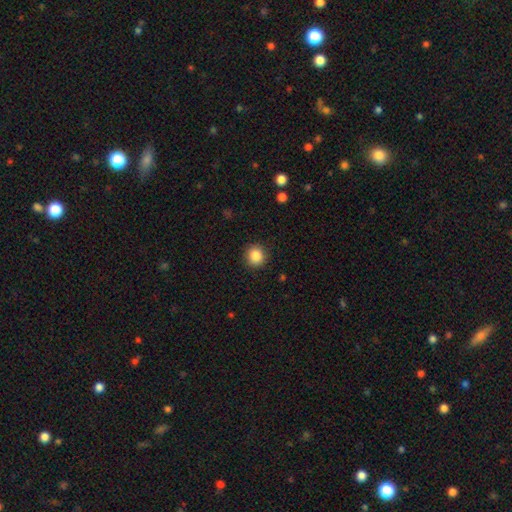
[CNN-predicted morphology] Q: Smooth or featured?
A: smooth (87%); runner-up: star or artifact (10%)
Q: How rounded?
A: round (92%); runner-up: in between (7%)
Q: Merging?
A: none (90%); runner-up: minor disturbance (6%)